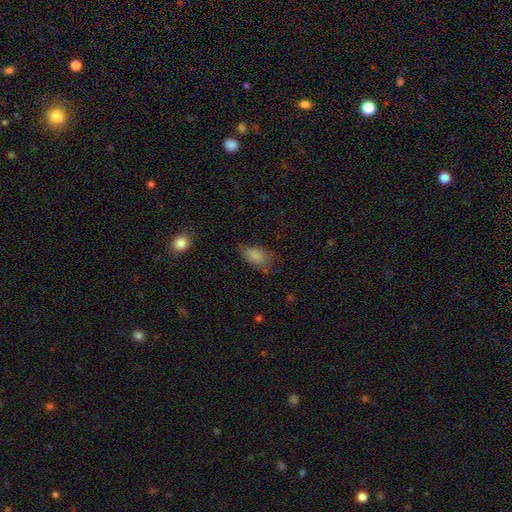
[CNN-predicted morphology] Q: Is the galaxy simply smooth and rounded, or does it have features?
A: smooth — 84%.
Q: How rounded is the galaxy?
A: in between — 90%.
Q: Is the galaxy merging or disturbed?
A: none — 64%.